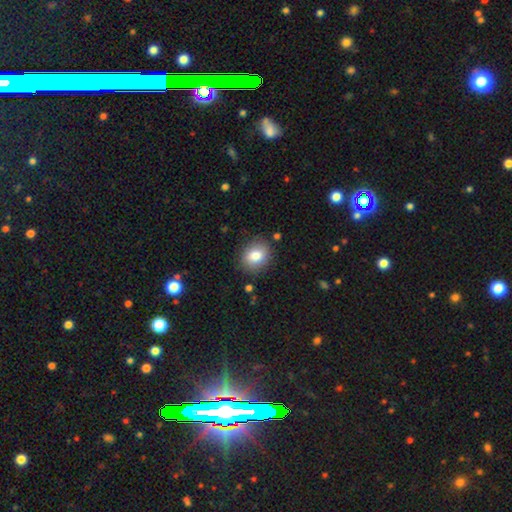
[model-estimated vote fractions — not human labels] Overall: smooth (81%). How rounded: round (61%; in between 38%). Merging: none (85%).